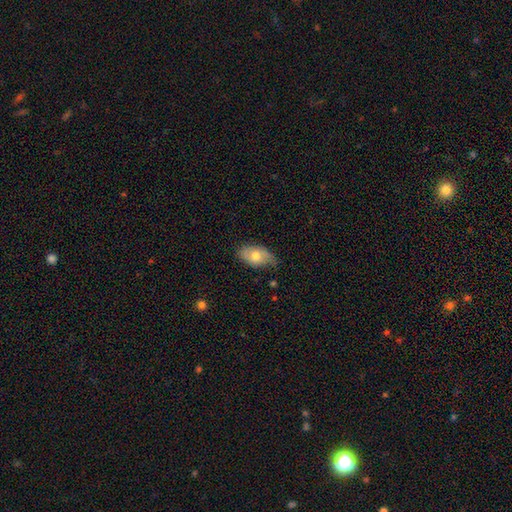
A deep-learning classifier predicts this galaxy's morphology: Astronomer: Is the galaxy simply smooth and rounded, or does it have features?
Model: smooth — 66%.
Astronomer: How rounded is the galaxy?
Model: in between — 90%.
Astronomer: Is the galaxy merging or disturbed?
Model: none — 60%.